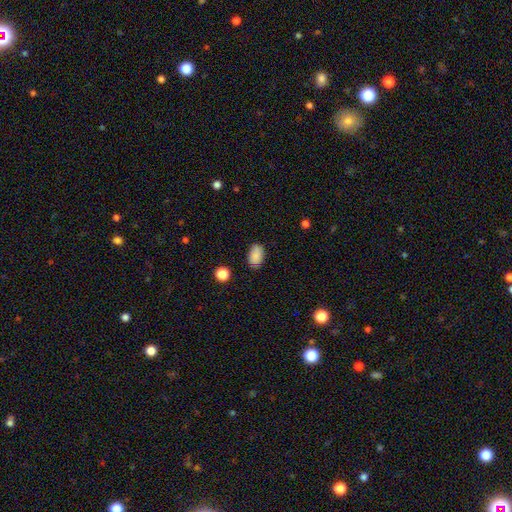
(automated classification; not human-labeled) A smooth galaxy with no disk features (87%) that is in between round and cigar-shaped (90%). Merging: none (82%).